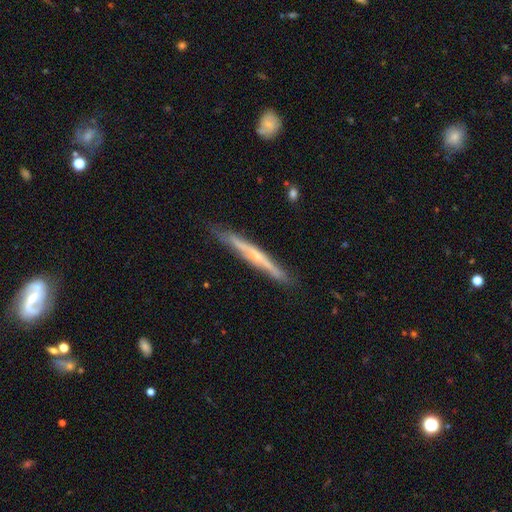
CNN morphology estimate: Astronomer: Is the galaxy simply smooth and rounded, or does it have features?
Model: featured or disk — 70%.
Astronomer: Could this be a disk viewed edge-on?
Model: yes — 95%.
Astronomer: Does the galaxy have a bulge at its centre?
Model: rounded — 57% (runner-up: none, 37%).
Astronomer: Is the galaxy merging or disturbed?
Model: none — 82%.